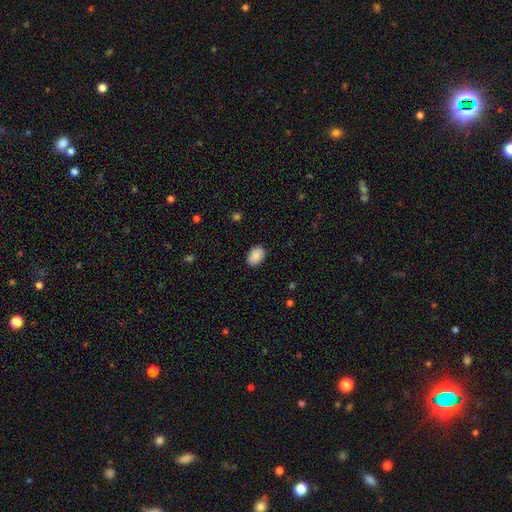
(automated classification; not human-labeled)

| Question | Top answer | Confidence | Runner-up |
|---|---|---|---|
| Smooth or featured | smooth | 90% | star or artifact (7%) |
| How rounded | in between | 87% | round (12%) |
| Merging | none | 88% | minor disturbance (9%) |